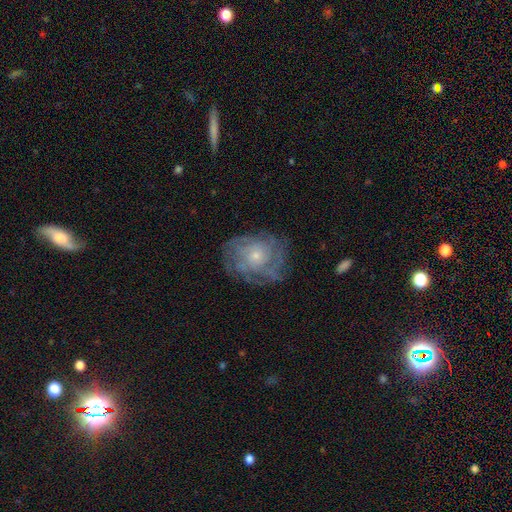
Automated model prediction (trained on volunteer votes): Overall: featured or disk (76%). Edge-on disk: no (97%). Bar: no (82%). Spiral arms: yes (89%). Spiral arm count: can't tell (45%; 4 17%). Spiral winding: tight (63%; medium 28%). Bulge size: small (66%; moderate 29%). Merging: none (74%).